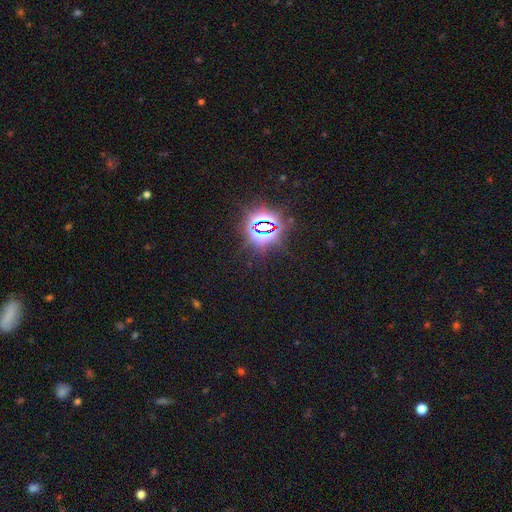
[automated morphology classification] type=star or artifact (83%).